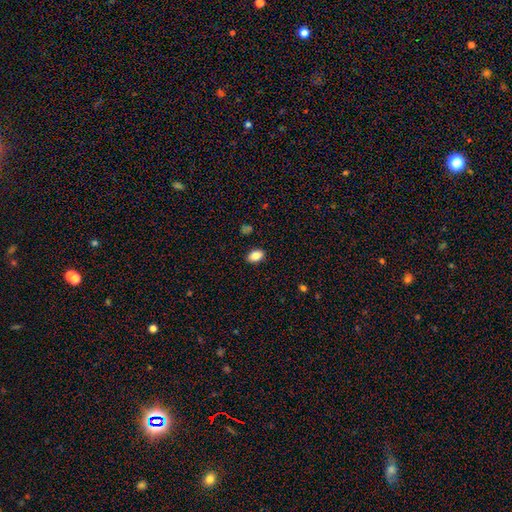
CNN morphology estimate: Q: Smooth or featured?
A: smooth (85%); runner-up: star or artifact (8%)
Q: How rounded?
A: in between (87%); runner-up: round (11%)
Q: Merging?
A: none (88%); runner-up: minor disturbance (9%)